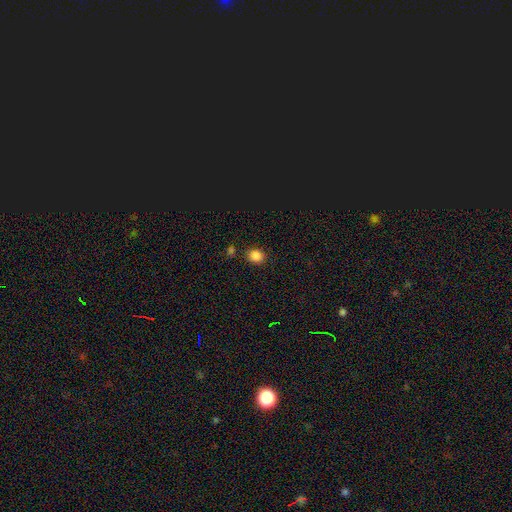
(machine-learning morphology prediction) The model was most divided on "how rounded": round: 64%, in between: 35%, cigar-shaped: 1%. More confident: smooth or featured — smooth (84%); merging — none (82%).